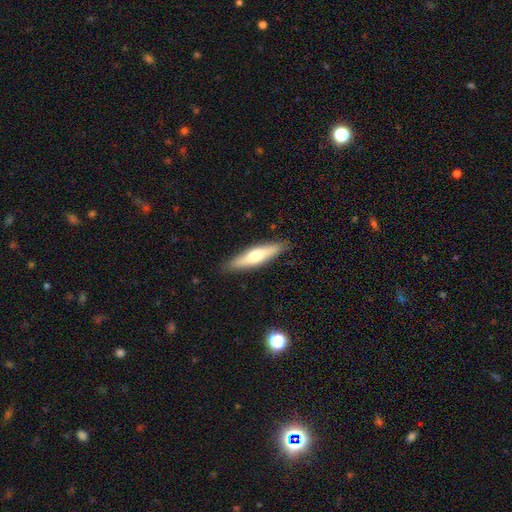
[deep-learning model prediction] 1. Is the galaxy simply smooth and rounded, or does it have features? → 54% smooth, 40% featured or disk, 6% star or artifact.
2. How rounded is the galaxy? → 75% cigar-shaped, 23% in between, 2% round.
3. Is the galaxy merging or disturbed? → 88% none, 9% minor disturbance, 2% major disturbance, 1% merger.